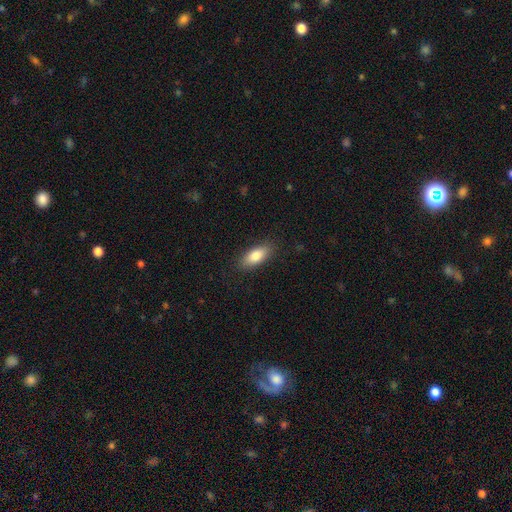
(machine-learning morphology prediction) Smooth or featured: smooth — 82% (featured or disk — 12%)
How rounded: in between — 81% (cigar-shaped — 17%)
Merging: none — 87% (minor disturbance — 10%)